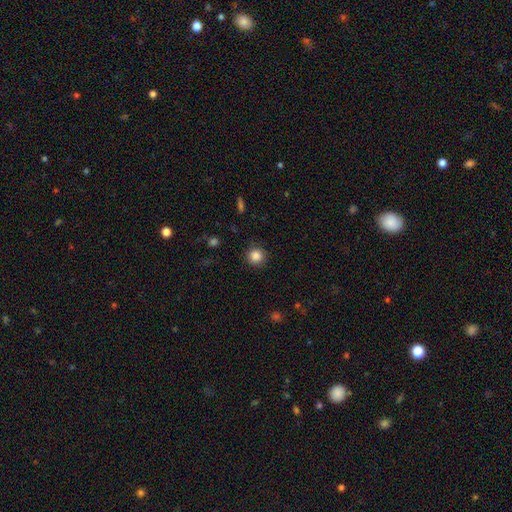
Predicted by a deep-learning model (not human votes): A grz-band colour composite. It shows a smooth galaxy with no disk features (85%) that is round (94%). Merging: none (88%).